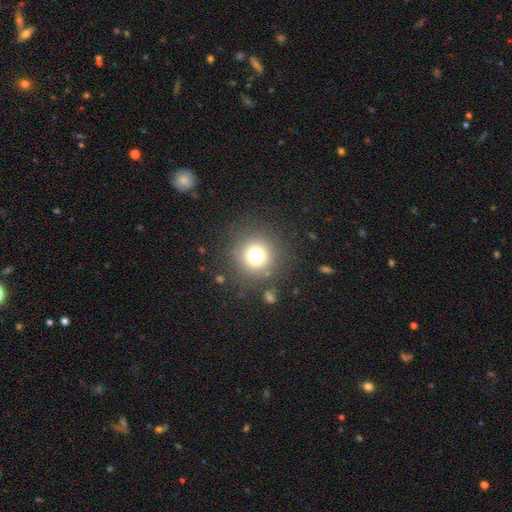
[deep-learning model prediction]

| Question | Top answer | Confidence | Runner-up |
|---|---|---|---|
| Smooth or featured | smooth | 75% | star or artifact (15%) |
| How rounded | round | 95% | in between (4%) |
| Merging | none | 85% | minor disturbance (8%) |